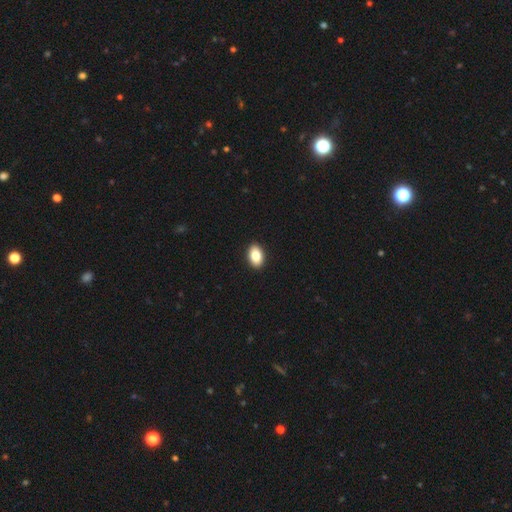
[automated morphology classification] smooth_or_featured: smooth (p=0.86) [alt: star or artifact p=0.07]
how_rounded: in between (p=0.90) [alt: round p=0.08]
merging: none (p=0.92) [alt: minor disturbance p=0.06]